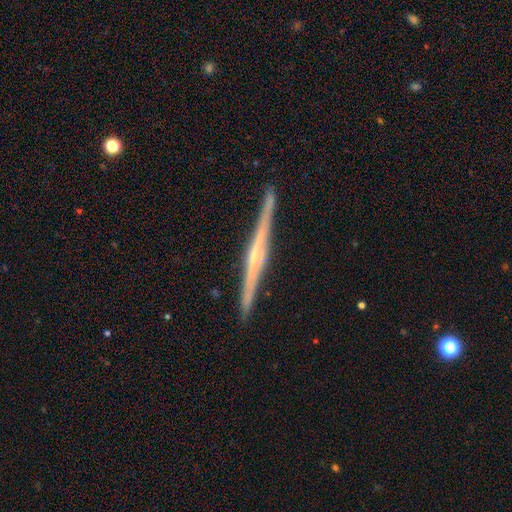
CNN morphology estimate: This appears to be a featured or disk galaxy (83%) viewed edge-on (98%) with a rounded central bulge (58%). Merging: none (91%).